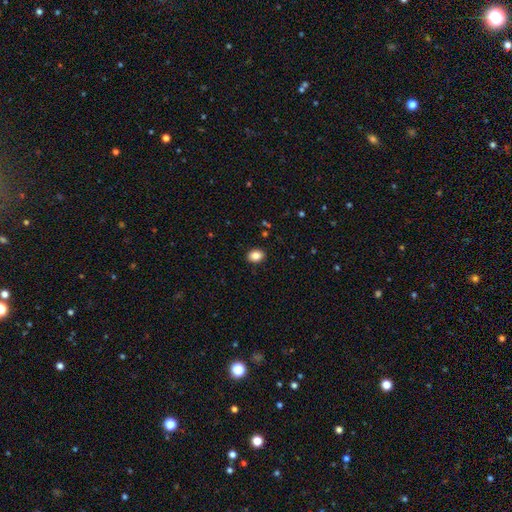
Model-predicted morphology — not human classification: type=smooth (86%); roundness=in between (64%); merging=none (90%).